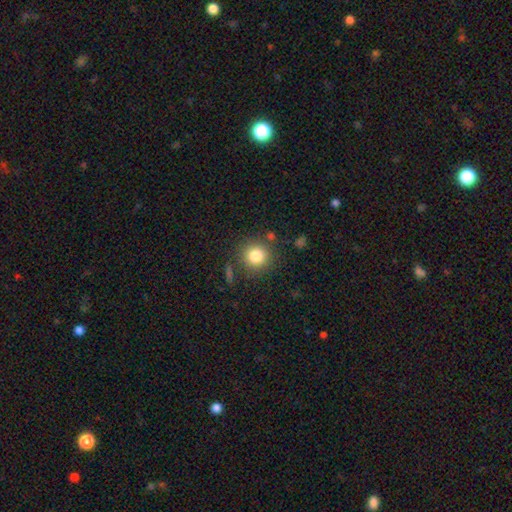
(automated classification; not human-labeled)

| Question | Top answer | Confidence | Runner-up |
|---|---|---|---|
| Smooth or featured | smooth | 82% | star or artifact (11%) |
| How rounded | round | 93% | in between (6%) |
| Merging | none | 84% | minor disturbance (8%) |